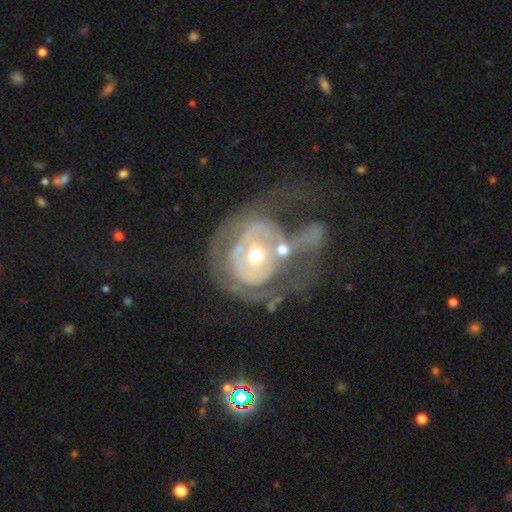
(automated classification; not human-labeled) A featured or disk galaxy (70%) with no bar (79%), no spiral arms (60%) and a moderate central bulge (49%).

Vote fractions:
- Smooth or featured? featured or disk: 70% / smooth: 23% / star or artifact: 7%
- Edge-on disk? no: 96% / yes: 4%
- Bar? no: 79% / weak: 14% / strong: 6%
- Spiral arms? no: 60% / yes: 40%
- Bulge size? moderate: 49% / small: 44% / large: 4% / none: 2% / dominant: 1%
- Merging? major disturbance: 34% / merger: 31% / none: 22% / minor disturbance: 13%